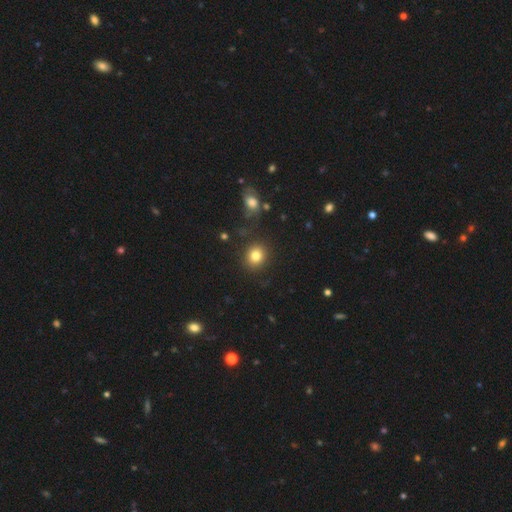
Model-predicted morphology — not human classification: smooth_or_featured: smooth (p=0.82) [alt: star or artifact p=0.11]
how_rounded: round (p=0.81) [alt: in between p=0.18]
merging: none (p=0.86) [alt: minor disturbance p=0.08]